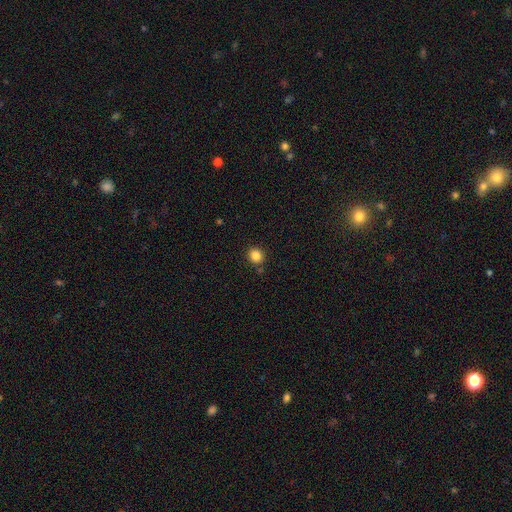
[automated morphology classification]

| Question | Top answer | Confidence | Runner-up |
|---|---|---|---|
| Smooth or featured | smooth | 85% | star or artifact (11%) |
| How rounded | round | 82% | in between (17%) |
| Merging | none | 85% | minor disturbance (8%) |